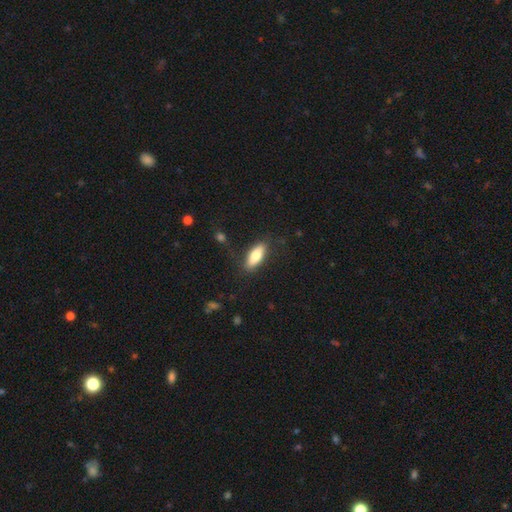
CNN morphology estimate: smooth_or_featured: smooth (p=0.72) [alt: featured or disk p=0.22]
how_rounded: in between (p=0.65) [alt: cigar-shaped p=0.33]
merging: none (p=0.81) [alt: minor disturbance p=0.13]